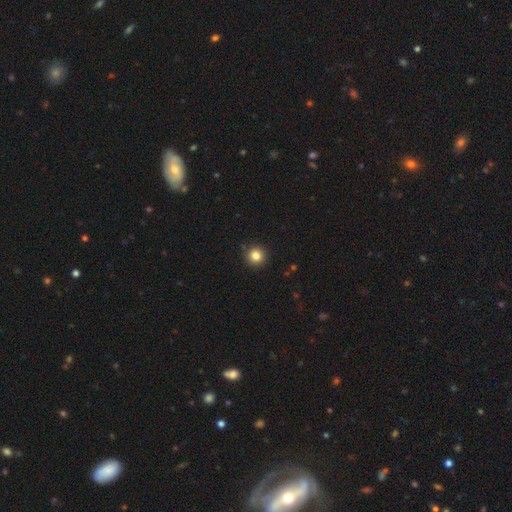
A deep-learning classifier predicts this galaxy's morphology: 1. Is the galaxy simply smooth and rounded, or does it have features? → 84% smooth, 11% star or artifact, 5% featured or disk.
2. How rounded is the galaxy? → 95% round, 4% in between, 1% cigar-shaped.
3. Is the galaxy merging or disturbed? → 91% none, 6% minor disturbance, 2% major disturbance, 1% merger.